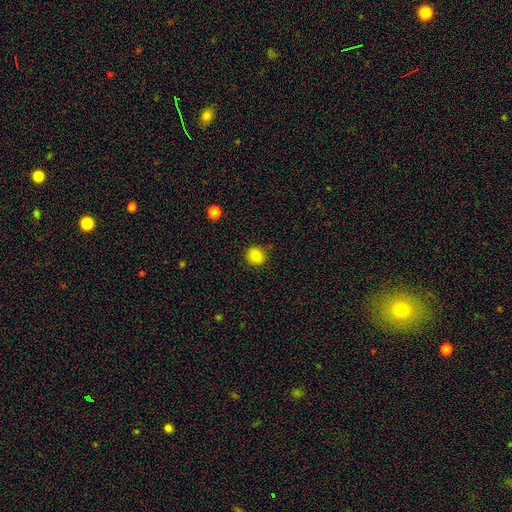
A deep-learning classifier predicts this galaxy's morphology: A smooth galaxy with no disk features (84%) that is round (88%). Merging: none (88%).